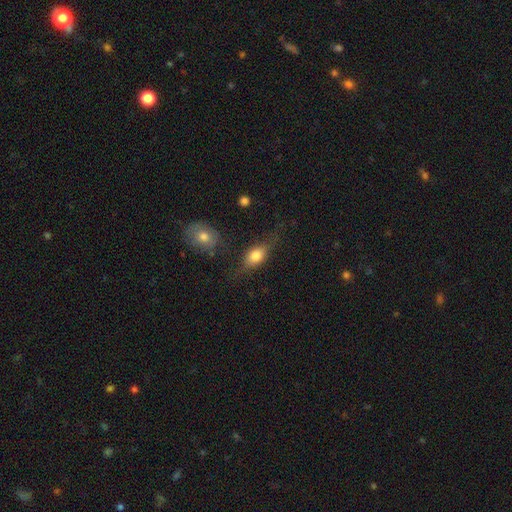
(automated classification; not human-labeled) Overall: smooth (71%). How rounded: in between (73%). Merging: none (61%; minor disturbance 23%).